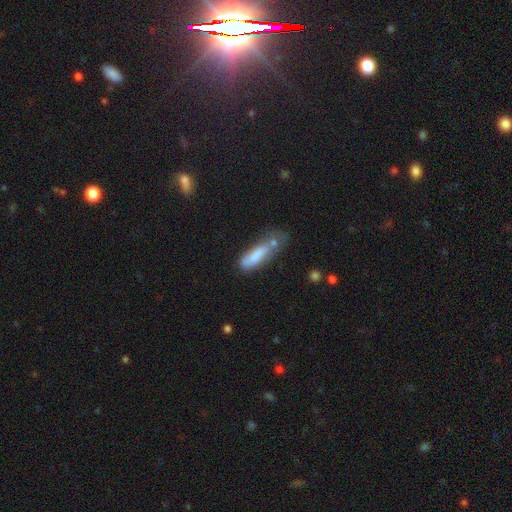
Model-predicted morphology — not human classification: This is likely a smooth galaxy (75%). How rounded: possibly cigar-shaped (58%). Merging: marginally none (34%).